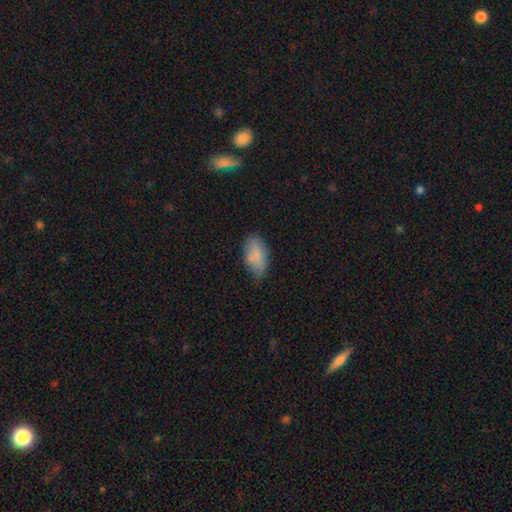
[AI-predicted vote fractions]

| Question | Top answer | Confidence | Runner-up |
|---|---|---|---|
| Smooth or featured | smooth | 84% | featured or disk (9%) |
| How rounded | in between | 94% | round (3%) |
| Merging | none | 70% | minor disturbance (24%) |